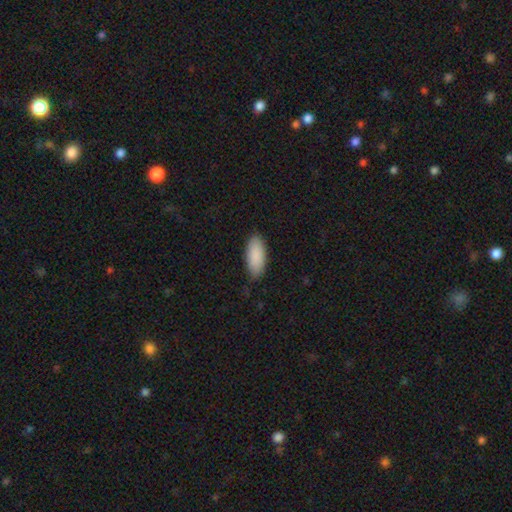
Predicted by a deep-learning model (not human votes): Smooth or featured: smooth — 90% (star or artifact — 6%)
How rounded: in between — 86% (cigar-shaped — 12%)
Merging: none — 83% (minor disturbance — 13%)